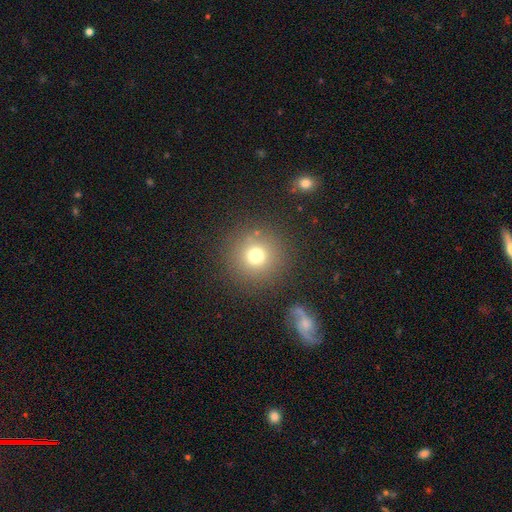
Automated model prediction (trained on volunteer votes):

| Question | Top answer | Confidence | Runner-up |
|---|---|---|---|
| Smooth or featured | smooth | 73% | star or artifact (17%) |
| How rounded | round | 95% | in between (4%) |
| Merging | none | 87% | minor disturbance (7%) |